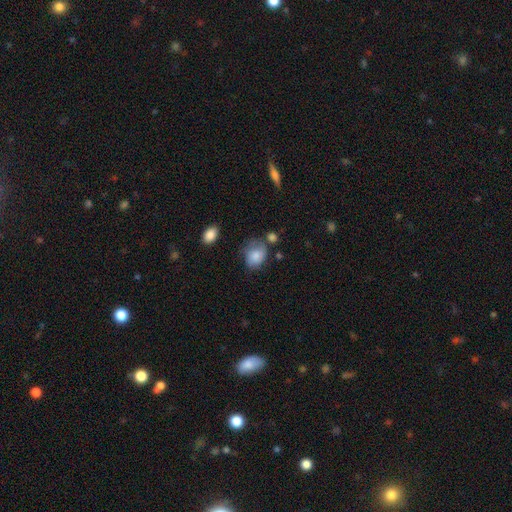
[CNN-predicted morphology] smooth-or-featured: smooth: 76% | featured or disk: 16% | star or artifact: 8%
  how-rounded: in between: 55% | round: 44% | cigar-shaped: 1%
  merging: none: 46% | minor disturbance: 32% | major disturbance: 14% | merger: 8%